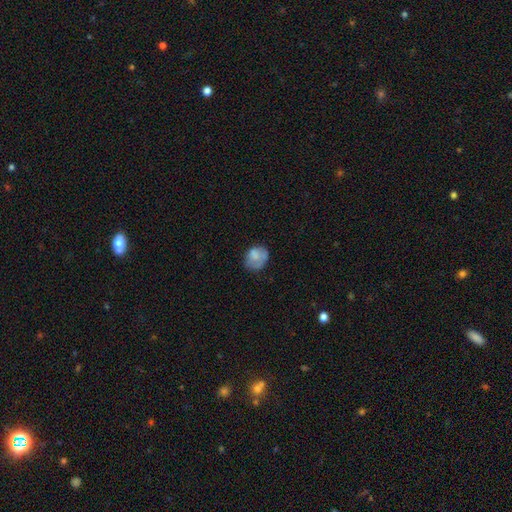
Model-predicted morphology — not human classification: A smooth galaxy with no disk features (70%) that is round (56%).

Vote fractions:
- Smooth or featured? smooth: 70% / featured or disk: 21% / star or artifact: 9%
- How rounded? round: 56% / in between: 43% / cigar-shaped: 1%
- Merging? none: 53% / minor disturbance: 29% / major disturbance: 14% / merger: 4%